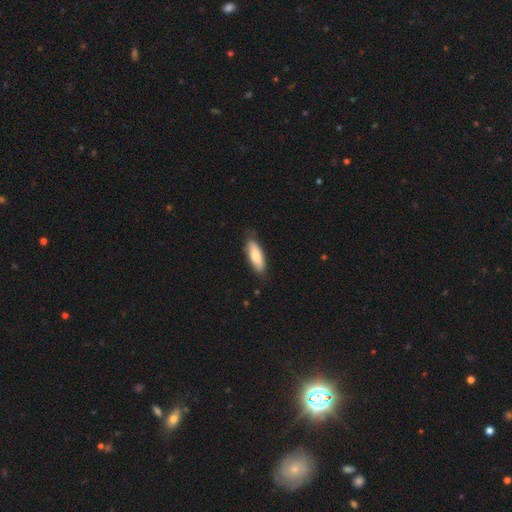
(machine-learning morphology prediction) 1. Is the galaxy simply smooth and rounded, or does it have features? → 80% smooth, 15% featured or disk, 5% star or artifact.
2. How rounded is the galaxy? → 59% in between, 39% cigar-shaped, 2% round.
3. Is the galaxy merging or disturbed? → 81% none, 15% minor disturbance, 2% major disturbance, 1% merger.